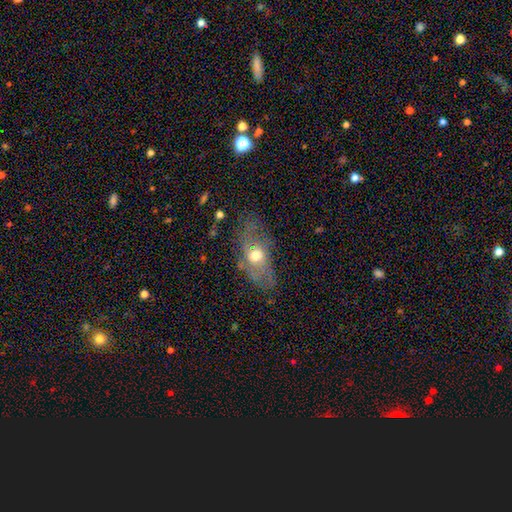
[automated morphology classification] Smooth or featured? featured or disk (46%)
Merging? none (53%)